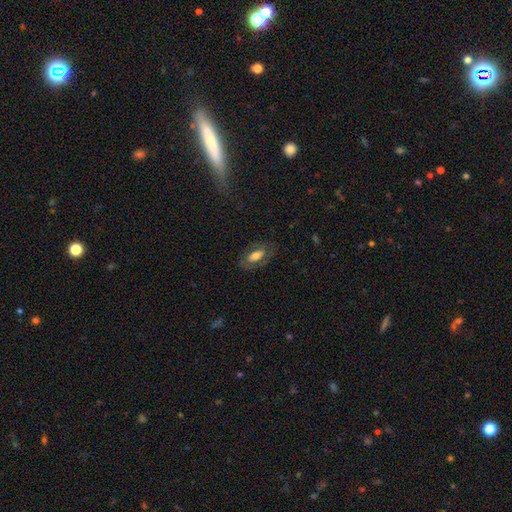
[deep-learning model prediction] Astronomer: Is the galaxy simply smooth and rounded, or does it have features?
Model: smooth — 52% (runner-up: featured or disk, 40%).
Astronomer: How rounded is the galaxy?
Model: in between — 89%.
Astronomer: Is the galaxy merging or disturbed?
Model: none — 75%.